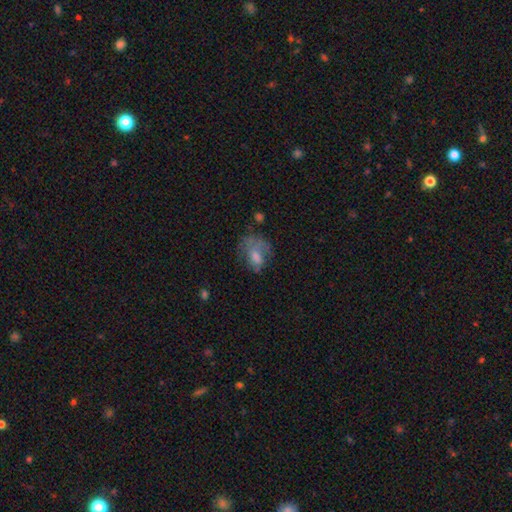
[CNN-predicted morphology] Overall: smooth (47%; featured or disk 38%). Merging: none (38%; major disturbance 33%).